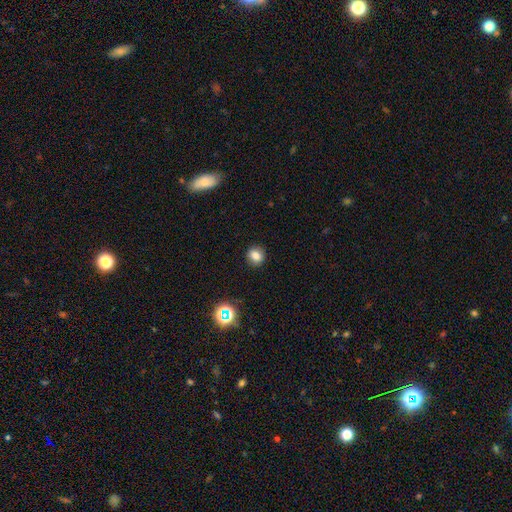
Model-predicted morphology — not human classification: A smooth galaxy with no disk features (79%) that is round (79%).

Vote fractions:
- Smooth or featured? smooth: 79% / star or artifact: 13% / featured or disk: 8%
- How rounded? round: 79% / in between: 20% / cigar-shaped: 1%
- Merging? none: 90% / minor disturbance: 7% / major disturbance: 2% / merger: 1%